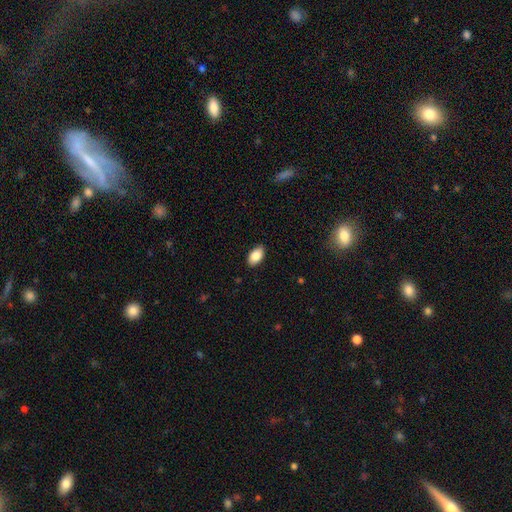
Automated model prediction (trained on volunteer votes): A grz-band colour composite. It shows a smooth galaxy with no disk features (86%) that is in between round and cigar-shaped (93%). Merging: none (88%).